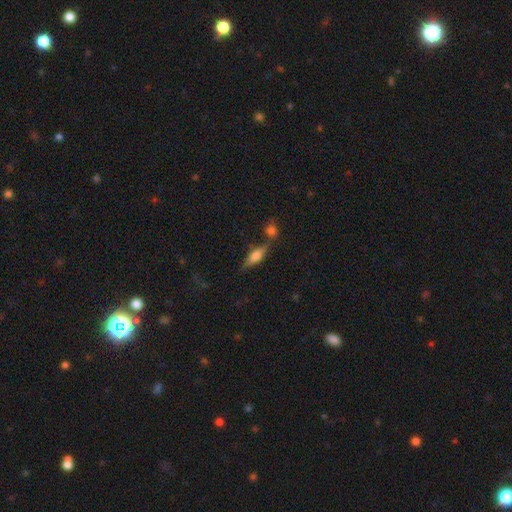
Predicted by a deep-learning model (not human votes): The model was most divided on "smooth or featured": smooth: 48%, featured or disk: 43%, star or artifact: 9%. More confident: merging — none (63%).